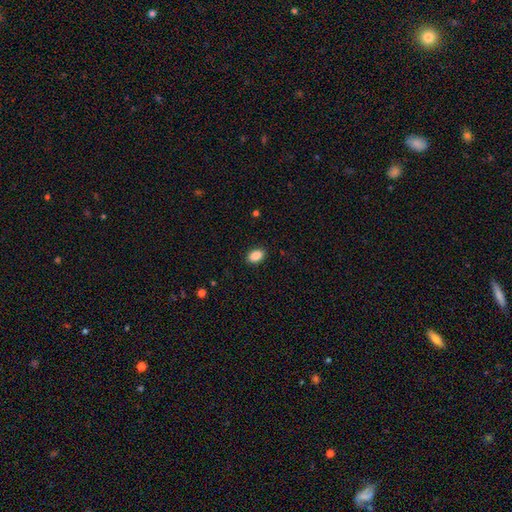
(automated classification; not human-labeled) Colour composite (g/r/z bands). It shows a smooth galaxy with no disk features (88%) that is in between round and cigar-shaped (87%). Merging: none (90%).